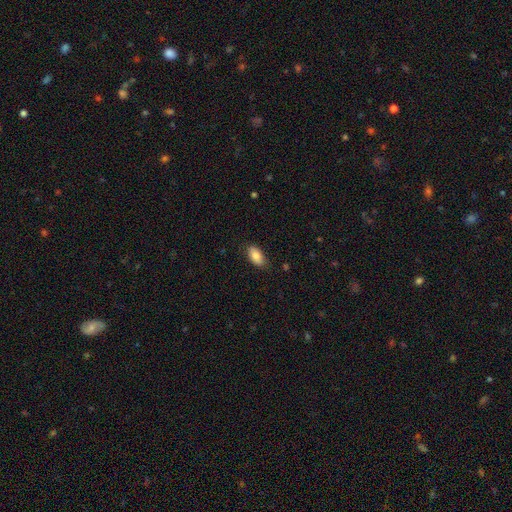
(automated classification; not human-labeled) The model was most divided on "merging": none: 82%, minor disturbance: 15%, major disturbance: 3%, merger: 1%. More confident: how rounded — in between (93%); smooth or featured — smooth (84%).